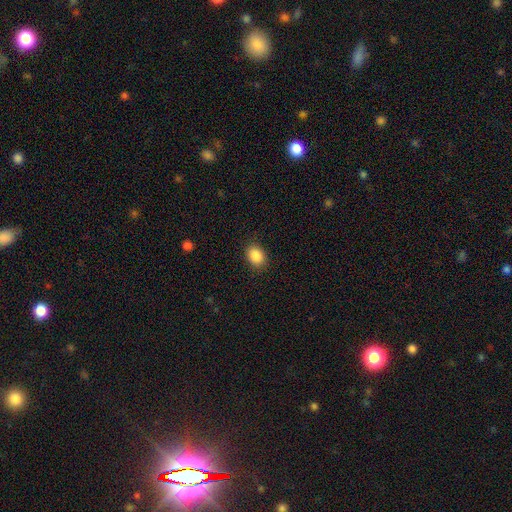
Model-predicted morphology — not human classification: This is clearly a smooth galaxy (88%). How rounded: likely in between (62%). Merging: clearly none (88%).